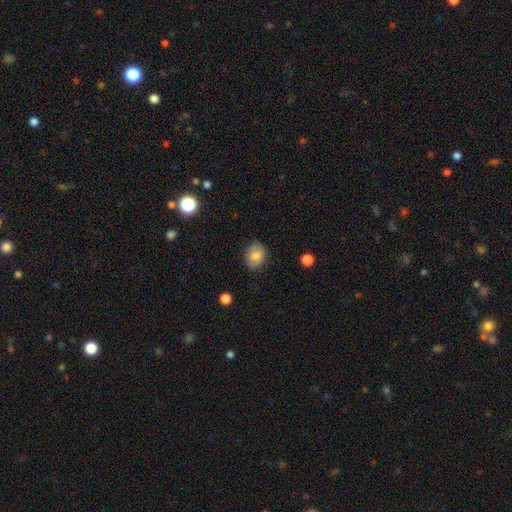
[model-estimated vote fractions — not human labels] smooth_or_featured: smooth (p=0.80) [alt: featured or disk p=0.12]
how_rounded: round (p=0.50) [alt: in between p=0.49]
merging: none (p=0.84) [alt: minor disturbance p=0.12]